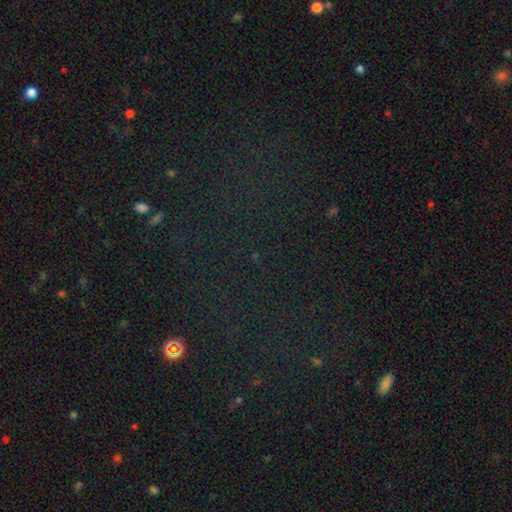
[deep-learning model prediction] Smooth or featured: star or artifact — 74% (smooth — 16%)